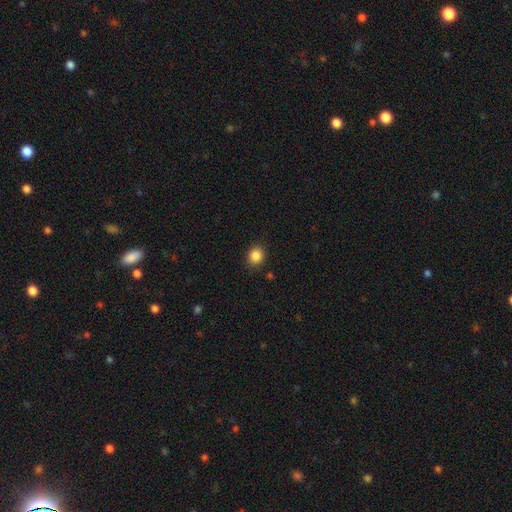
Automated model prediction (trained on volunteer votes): This is clearly a smooth galaxy (86%). How rounded: likely round (73%). Merging: clearly none (88%).